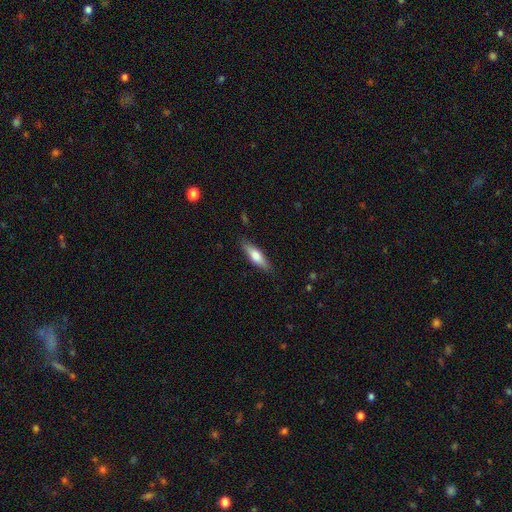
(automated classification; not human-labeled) Smooth or featured: smooth — 63% (featured or disk — 31%)
How rounded: cigar-shaped — 59% (in between — 39%)
Merging: none — 85% (minor disturbance — 11%)